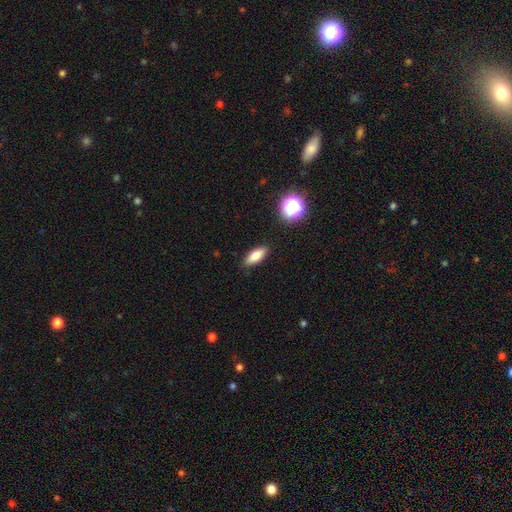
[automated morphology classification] Smooth or featured?
  - smooth: 78% *
  - featured or disk: 13%
  - star or artifact: 9%
How rounded?
  - in between: 71% *
  - cigar-shaped: 25%
  - round: 4%
Merging?
  - none: 88% *
  - minor disturbance: 9%
  - major disturbance: 2%
  - merger: 1%